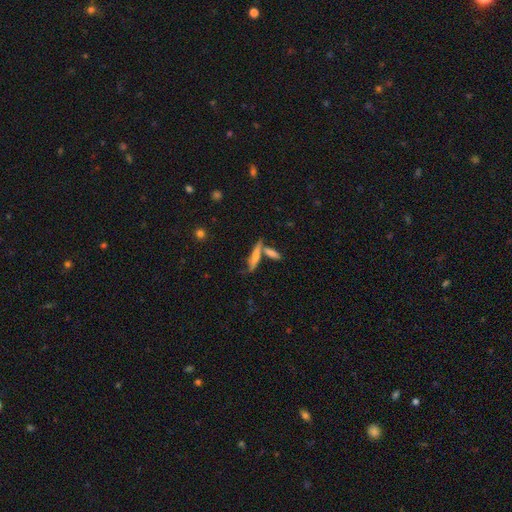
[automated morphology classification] type=smooth (54%); roundness=cigar-shaped (82%); merging=none (53%).